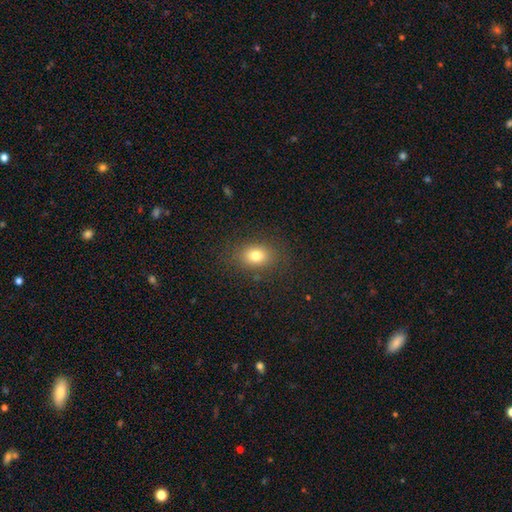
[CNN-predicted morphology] Smooth or featured: smooth — 78% (star or artifact — 12%)
How rounded: in between — 62% (round — 37%)
Merging: none — 86% (minor disturbance — 9%)